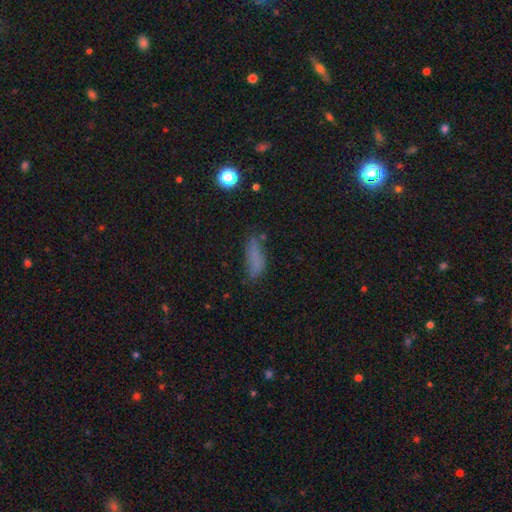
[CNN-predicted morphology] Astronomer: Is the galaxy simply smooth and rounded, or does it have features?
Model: smooth — 68%.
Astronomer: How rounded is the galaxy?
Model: in between — 51% (runner-up: cigar-shaped, 45%).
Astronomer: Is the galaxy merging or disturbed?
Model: none — 60%.